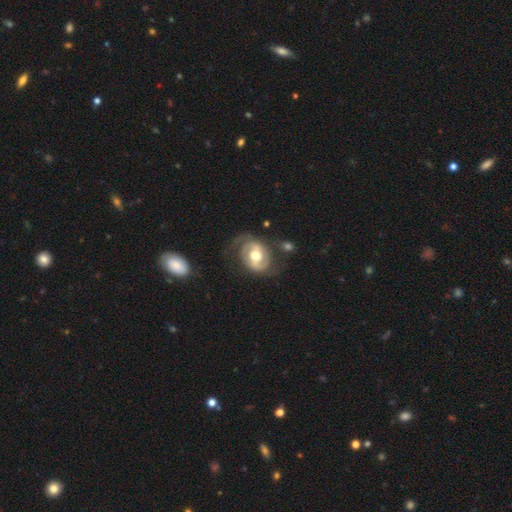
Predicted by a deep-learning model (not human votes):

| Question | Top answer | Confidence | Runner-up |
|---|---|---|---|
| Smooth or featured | featured or disk | 77% | smooth (18%) |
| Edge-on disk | no | 97% | yes (3%) |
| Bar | weak | 42% | no (29%) |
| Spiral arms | yes | 84% | no (16%) |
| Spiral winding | medium | 44% | tight (32%) |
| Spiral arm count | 2 | 81% | can't tell (9%) |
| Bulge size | moderate | 73% | large (16%) |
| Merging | none | 60% | minor disturbance (21%) |